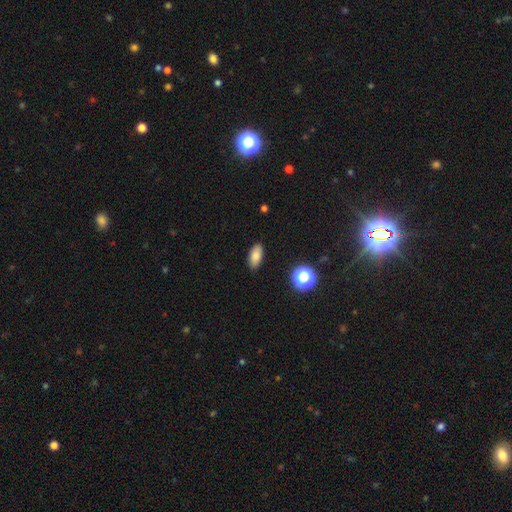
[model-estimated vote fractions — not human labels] Smooth or featured? Predicted: smooth (p=0.81). How rounded? Predicted: in between (p=0.89). Merging? Predicted: none (p=0.89).